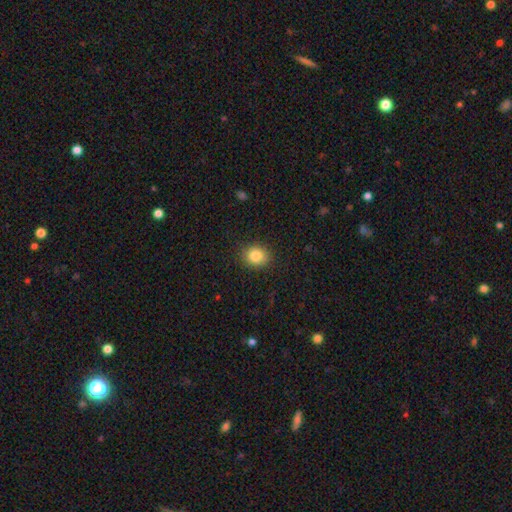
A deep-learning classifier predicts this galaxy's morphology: smooth 85%, star or artifact 9%, featured or disk 6%. Down the decision tree: how rounded — round (55%); merging — none (88%).